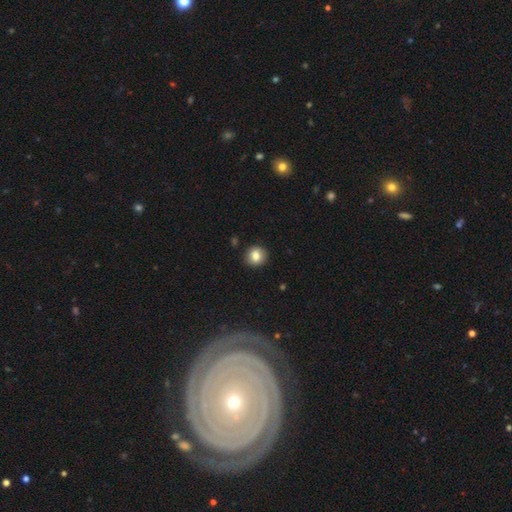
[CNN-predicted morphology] Smooth or featured? smooth (82%)
How rounded? round (88%)
Merging? none (90%)